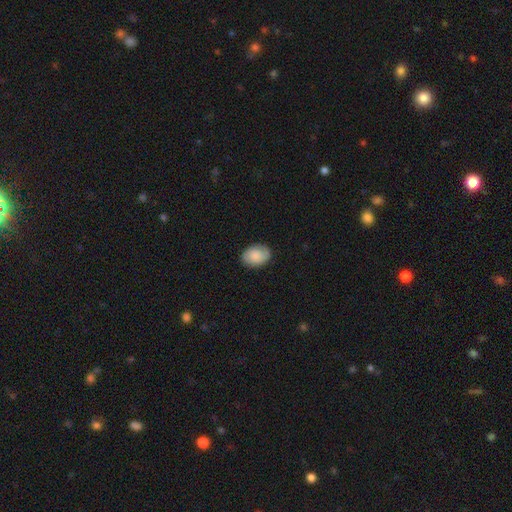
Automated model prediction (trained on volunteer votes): smooth-or-featured: smooth: 79% | featured or disk: 14% | star or artifact: 7%
  how-rounded: in between: 78% | round: 21% | cigar-shaped: 1%
  merging: none: 85% | minor disturbance: 12% | major disturbance: 3% | merger: 1%